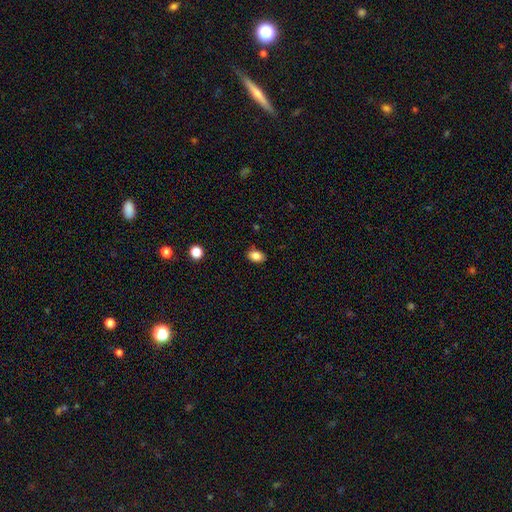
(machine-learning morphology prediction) The model was most divided on "how rounded": in between: 83%, round: 16%, cigar-shaped: 1%. More confident: merging — none (86%); smooth or featured — smooth (85%).